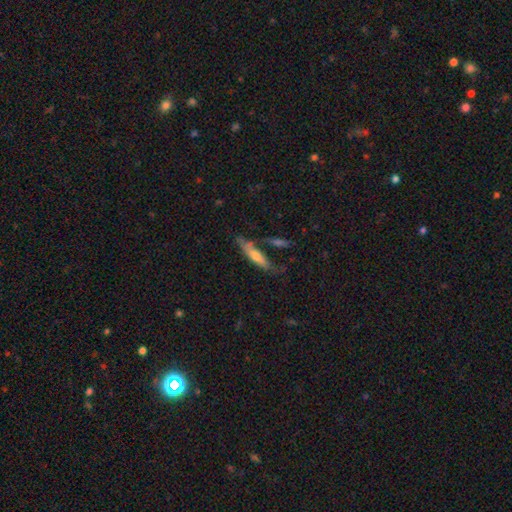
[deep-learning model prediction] Q: Smooth or featured?
A: smooth (54%); runner-up: featured or disk (39%)
Q: How rounded?
A: cigar-shaped (73%); runner-up: in between (25%)
Q: Merging?
A: none (52%); runner-up: minor disturbance (23%)